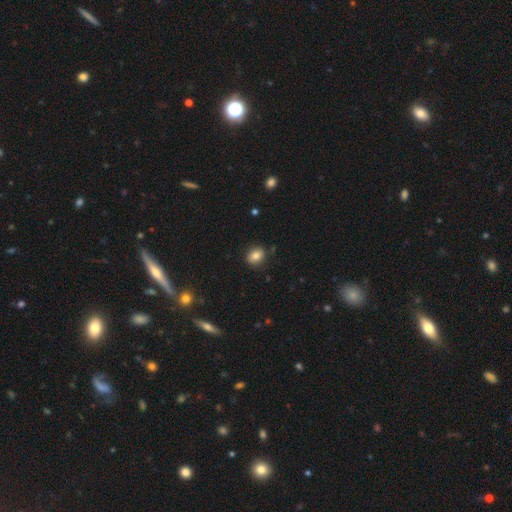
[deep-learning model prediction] smooth_or_featured: smooth (p=0.82) [alt: star or artifact p=0.10]
how_rounded: round (p=0.57) [alt: in between p=0.42]
merging: none (p=0.86) [alt: minor disturbance p=0.10]